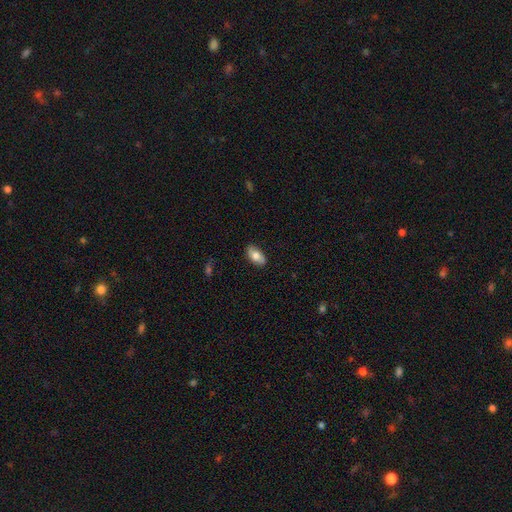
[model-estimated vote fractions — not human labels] A smooth galaxy with no disk features (75%) that is in between round and cigar-shaped (92%).

Vote fractions:
- Smooth or featured? smooth: 75% / featured or disk: 19% / star or artifact: 6%
- How rounded? in between: 92% / cigar-shaped: 5% / round: 3%
- Merging? none: 85% / minor disturbance: 11% / major disturbance: 2% / merger: 1%